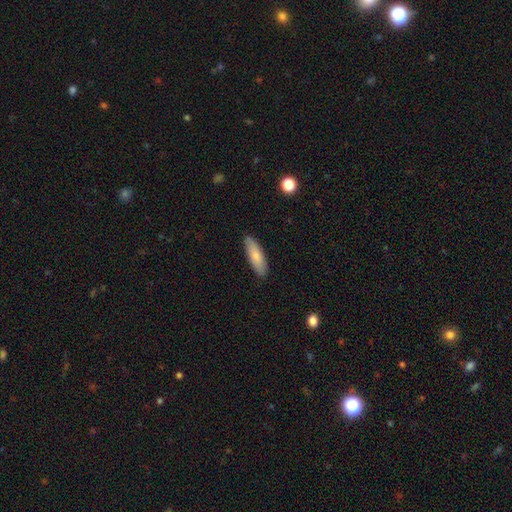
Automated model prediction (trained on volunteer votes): This is likely a smooth galaxy (77%). How rounded: possibly in between (52%). Merging: clearly none (87%).